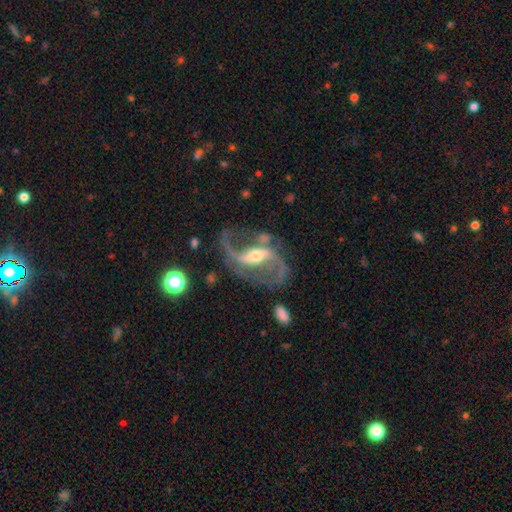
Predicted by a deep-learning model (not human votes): Smooth or featured? Predicted: featured or disk (p=0.91). Edge-on disk? Predicted: no (p=0.96). Bar? Predicted: strong (p=0.54). Spiral arms? Predicted: yes (p=0.97). Spiral winding? Predicted: loose (p=0.53). Spiral arm count? Predicted: 2 (p=0.92). Bulge size? Predicted: moderate (p=0.56). Merging? Predicted: none (p=0.66).